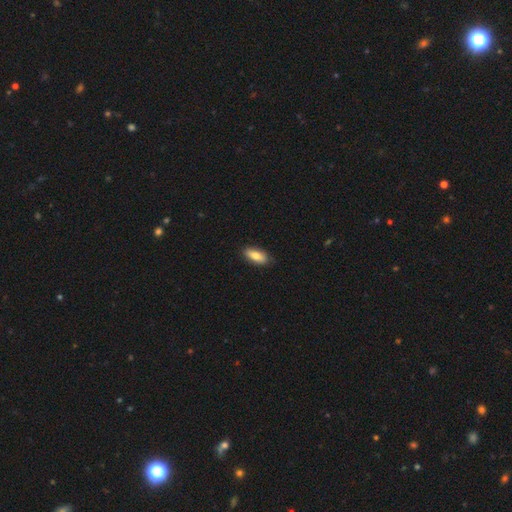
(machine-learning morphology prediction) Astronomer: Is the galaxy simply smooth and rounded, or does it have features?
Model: smooth — 81%.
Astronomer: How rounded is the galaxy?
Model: in between — 80%.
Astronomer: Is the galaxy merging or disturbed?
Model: none — 86%.